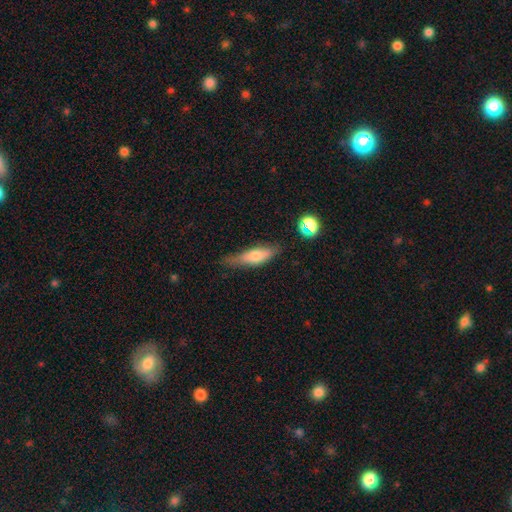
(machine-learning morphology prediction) A smooth galaxy with no disk features (62%) that is cigar-shaped (55%). Merging: none (65%).